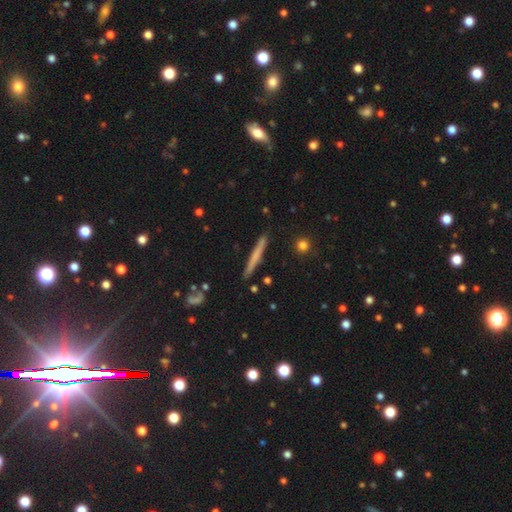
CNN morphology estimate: smooth 57%, featured or disk 37%, star or artifact 6%. Down the decision tree: how rounded — cigar-shaped (96%); merging — none (90%).